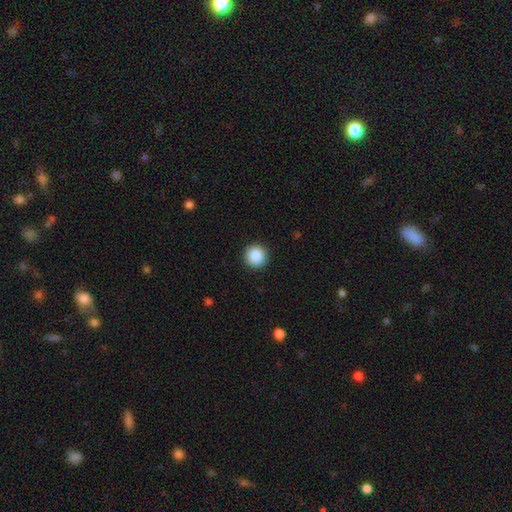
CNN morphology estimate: The model was most divided on "smooth or featured": smooth: 88%, star or artifact: 9%, featured or disk: 4%. More confident: how rounded — round (95%); merging — none (92%).